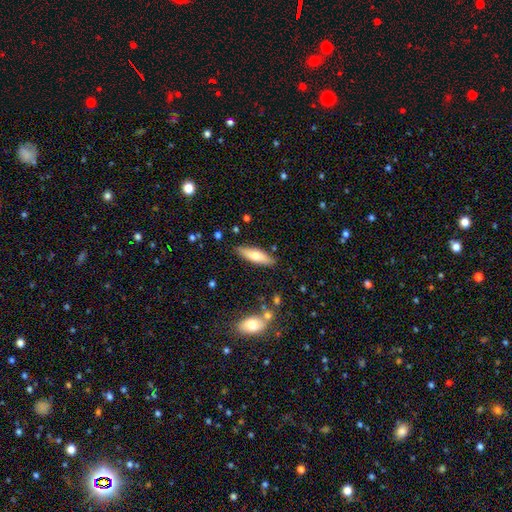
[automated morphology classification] Q: Smooth or featured?
A: smooth (66%); runner-up: featured or disk (28%)
Q: How rounded?
A: cigar-shaped (53%); runner-up: in between (45%)
Q: Merging?
A: none (84%); runner-up: minor disturbance (11%)